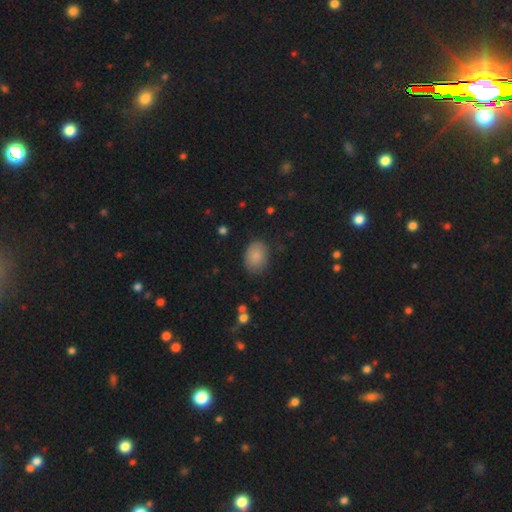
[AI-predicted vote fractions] smooth-or-featured: smooth: 85% | star or artifact: 9% | featured or disk: 6%
  how-rounded: in between: 74% | round: 25% | cigar-shaped: 1%
  merging: none: 78% | minor disturbance: 16% | major disturbance: 4% | merger: 1%